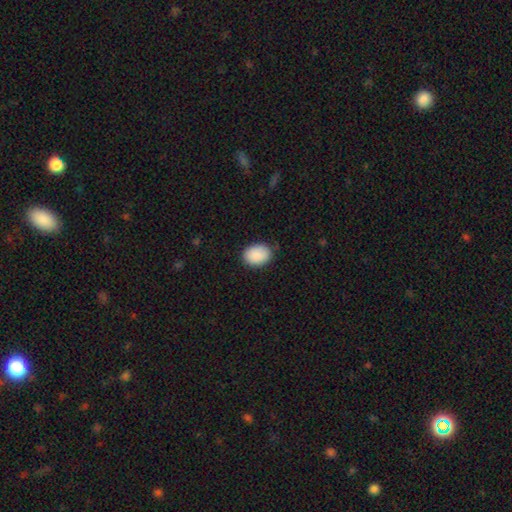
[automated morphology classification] This is clearly a smooth galaxy (90%). How rounded: likely in between (70%). Merging: clearly none (82%).